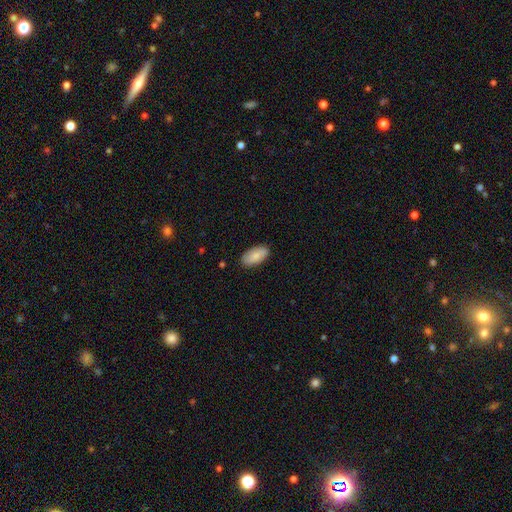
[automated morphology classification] Smooth or featured? Predicted: smooth (p=0.82). How rounded? Predicted: in between (p=0.93). Merging? Predicted: none (p=0.87).